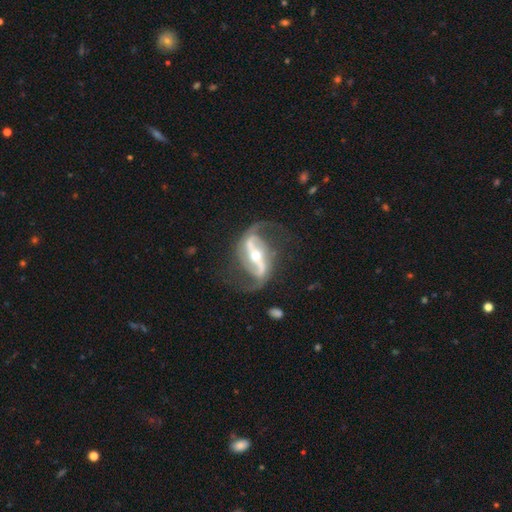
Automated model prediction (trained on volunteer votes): Smooth or featured?
  - featured or disk: 91% *
  - star or artifact: 5%
  - smooth: 4%
Edge-on disk?
  - no: 96% *
  - yes: 4%
Bar?
  - strong: 67% *
  - weak: 21%
  - no: 12%
Spiral arms?
  - yes: 97% *
  - no: 3%
Spiral winding?
  - loose: 54% *
  - medium: 37%
  - tight: 9%
Spiral arm count?
  - 2: 92% *
  - can't tell: 2%
  - 1: 2%
  - 3: 2%
  - 4: 1%
  - more than 4: 1%
Bulge size?
  - moderate: 52% *
  - small: 43%
  - large: 3%
  - dominant: 1%
  - none: 1%
Merging?
  - none: 69% *
  - minor disturbance: 15%
  - major disturbance: 14%
  - merger: 2%